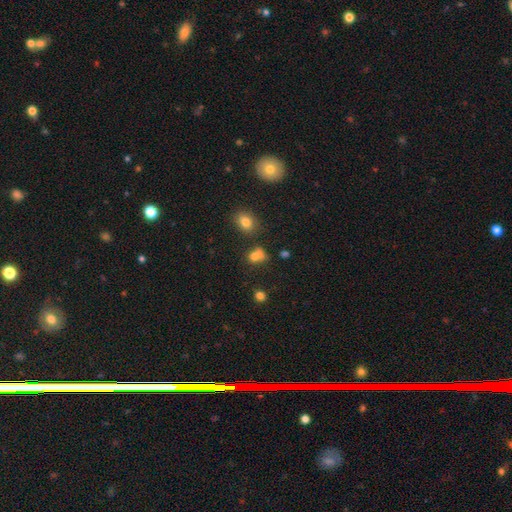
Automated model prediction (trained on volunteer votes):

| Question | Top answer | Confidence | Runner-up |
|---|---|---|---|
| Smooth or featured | smooth | 73% | star or artifact (16%) |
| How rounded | round | 53% | in between (45%) |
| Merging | none | 41% | merger (37%) |